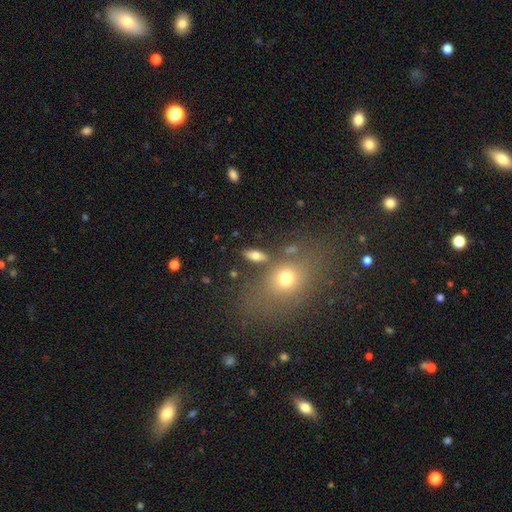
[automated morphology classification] Smooth or featured: smooth — 67% (featured or disk — 22%)
How rounded: in between — 76% (cigar-shaped — 15%)
Merging: none — 75% (minor disturbance — 11%)